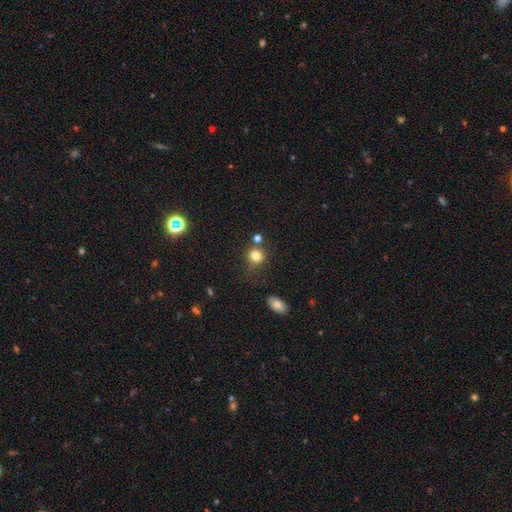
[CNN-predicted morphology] Overall: smooth (80%). How rounded: round (79%). Merging: none (66%).